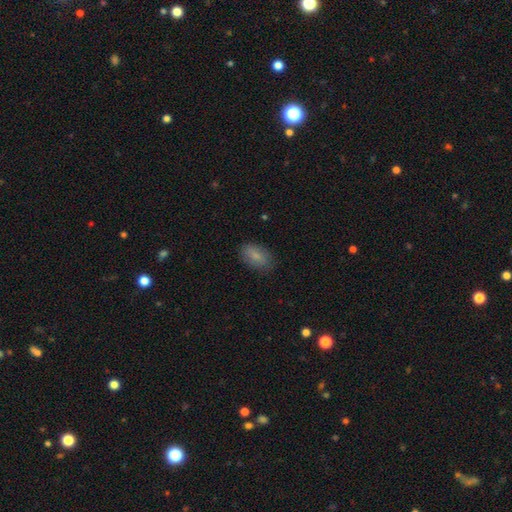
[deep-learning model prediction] Smooth or featured: smooth — 81% (featured or disk — 11%)
How rounded: in between — 91% (round — 6%)
Merging: none — 81% (minor disturbance — 14%)